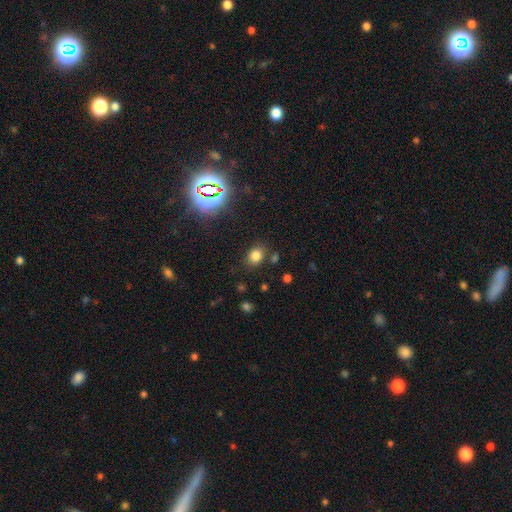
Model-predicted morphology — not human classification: type=smooth (77%); roundness=in between (57%); merging=none (80%).